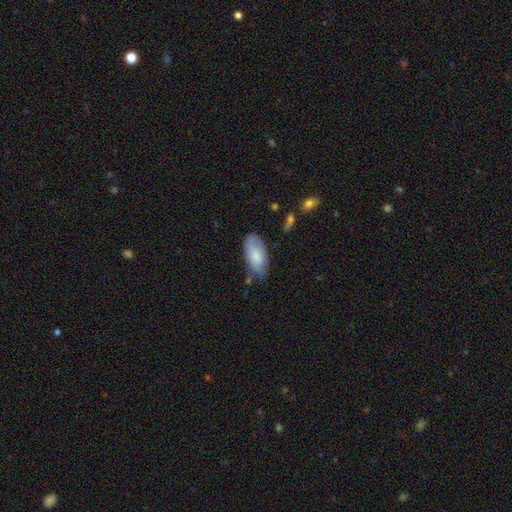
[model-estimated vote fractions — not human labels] Smooth or featured: smooth — 75% (featured or disk — 19%)
How rounded: in between — 92% (cigar-shaped — 6%)
Merging: none — 57% (minor disturbance — 32%)